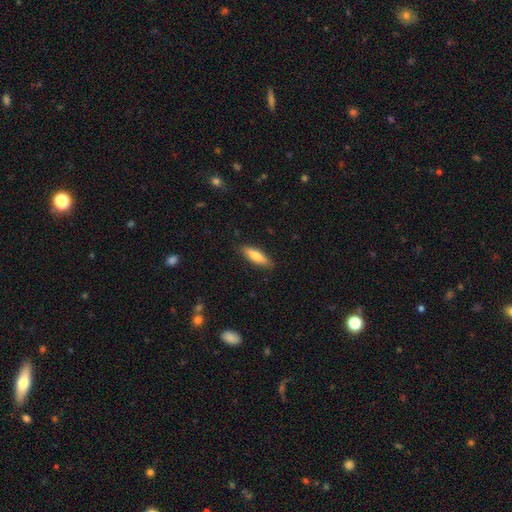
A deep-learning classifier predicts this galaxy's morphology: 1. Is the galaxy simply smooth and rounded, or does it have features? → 77% smooth, 18% featured or disk, 6% star or artifact.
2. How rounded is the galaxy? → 58% cigar-shaped, 40% in between, 2% round.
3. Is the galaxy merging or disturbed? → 87% none, 10% minor disturbance, 2% major disturbance, 1% merger.